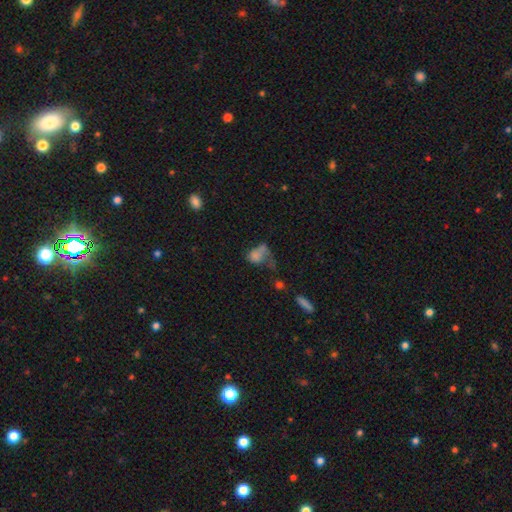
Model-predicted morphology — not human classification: Smooth or featured? smooth (65%)
How rounded? in between (65%)
Merging? major disturbance (34%)